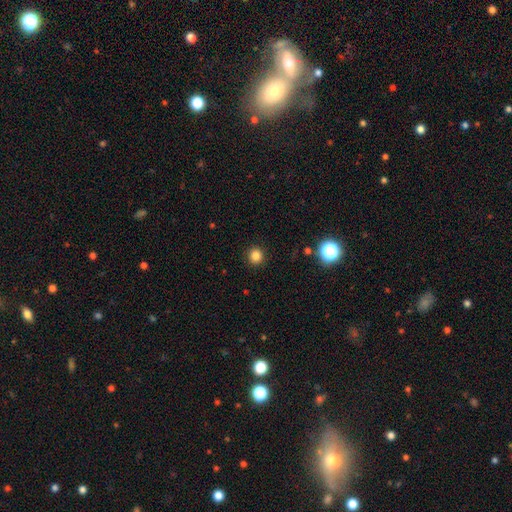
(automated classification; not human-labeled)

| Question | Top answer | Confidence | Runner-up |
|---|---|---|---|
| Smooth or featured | smooth | 83% | star or artifact (13%) |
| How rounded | round | 91% | in between (8%) |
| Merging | none | 92% | minor disturbance (5%) |